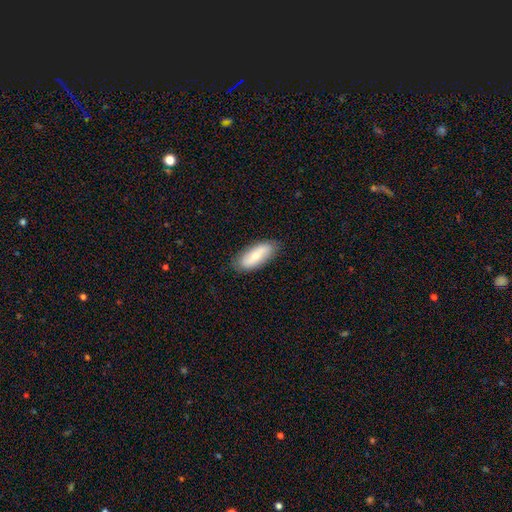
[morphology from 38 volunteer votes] This is possibly a smooth galaxy (47%). How rounded: clearly in between (100%). Merging: clearly none (91%).